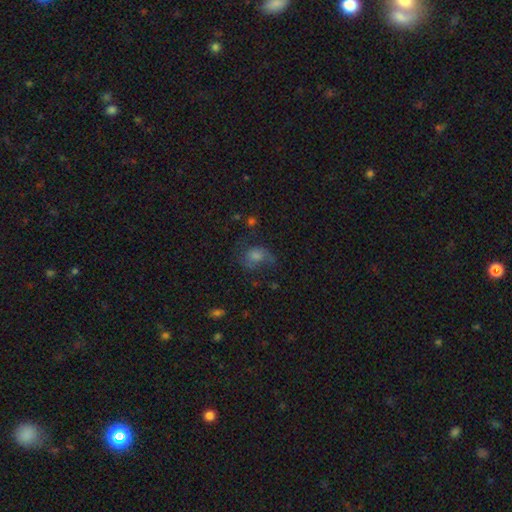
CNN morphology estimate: smooth-or-featured: smooth: 44% | featured or disk: 36% | star or artifact: 19%
  merging: none: 47% | major disturbance: 27% | minor disturbance: 23% | merger: 3%